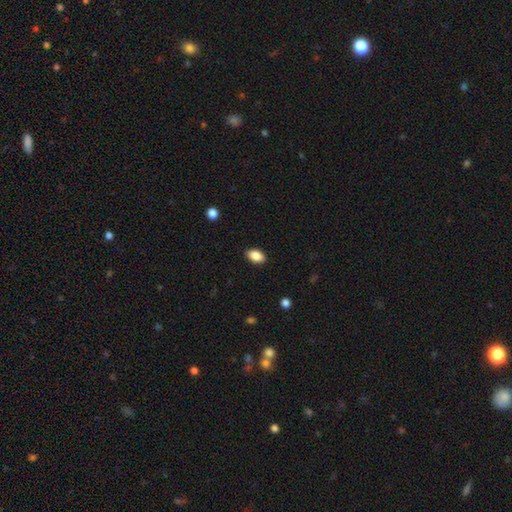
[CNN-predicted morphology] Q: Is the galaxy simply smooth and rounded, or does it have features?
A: smooth — 87%.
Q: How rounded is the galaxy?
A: in between — 92%.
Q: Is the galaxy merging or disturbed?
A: none — 89%.